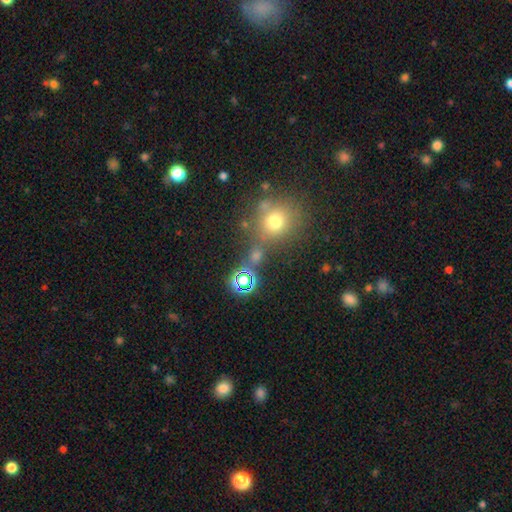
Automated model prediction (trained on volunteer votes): Q: Smooth or featured?
A: smooth (54%); runner-up: star or artifact (36%)
Q: How rounded?
A: round (80%); runner-up: in between (18%)
Q: Merging?
A: none (66%); runner-up: merger (18%)